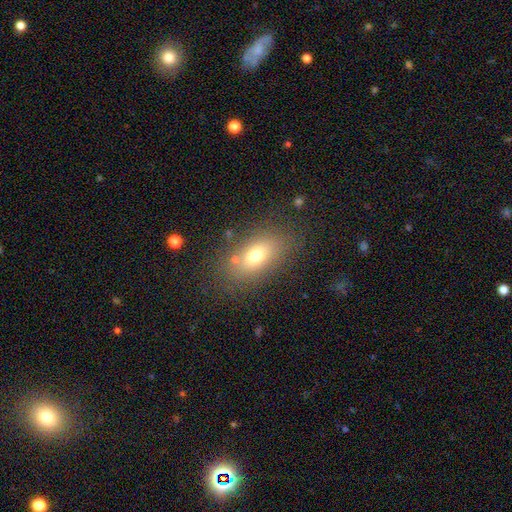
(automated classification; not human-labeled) Smooth or featured?
  - smooth: 71% *
  - featured or disk: 16%
  - star or artifact: 12%
How rounded?
  - in between: 84% *
  - round: 11%
  - cigar-shaped: 5%
Merging?
  - none: 78% *
  - minor disturbance: 13%
  - major disturbance: 6%
  - merger: 4%